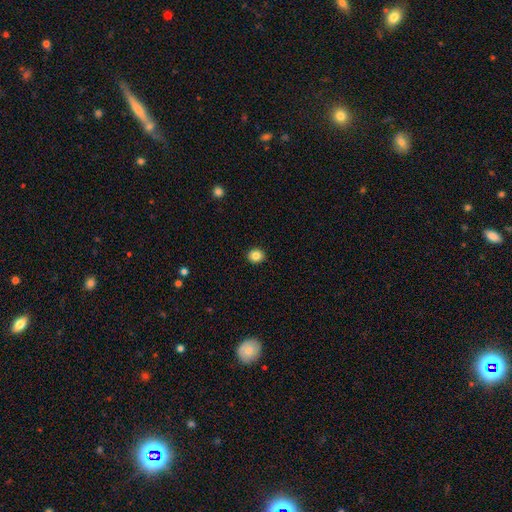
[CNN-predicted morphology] Smooth or featured? smooth (85%)
How rounded? round (83%)
Merging? none (92%)